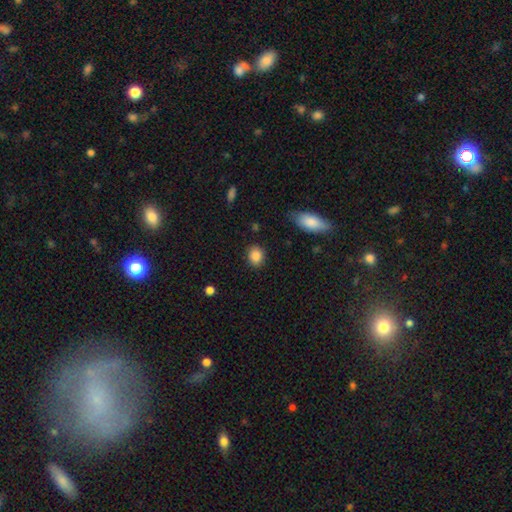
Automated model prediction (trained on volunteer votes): Smooth or featured? smooth (87%)
How rounded? round (60%)
Merging? none (86%)